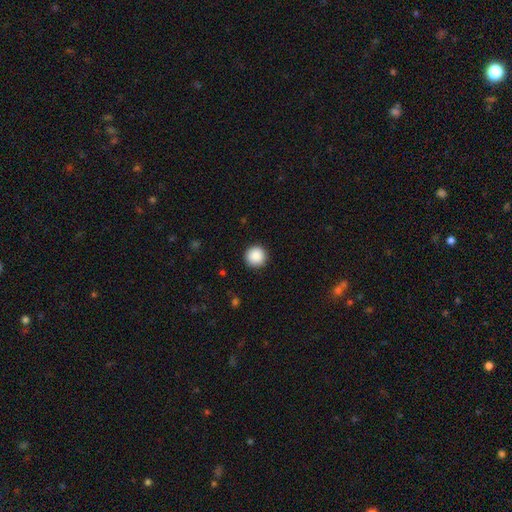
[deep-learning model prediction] smooth 89%, star or artifact 8%, featured or disk 3%. Down the decision tree: how rounded — round (96%); merging — none (92%).